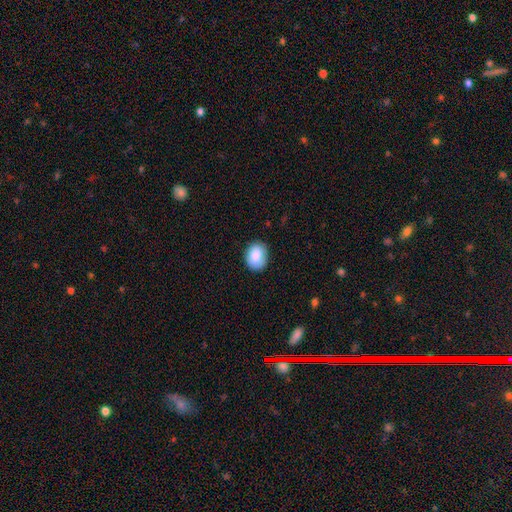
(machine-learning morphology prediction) The model was most divided on "how rounded": in between: 67%, round: 33%, cigar-shaped: 1%. More confident: smooth or featured — smooth (87%); merging — none (78%).